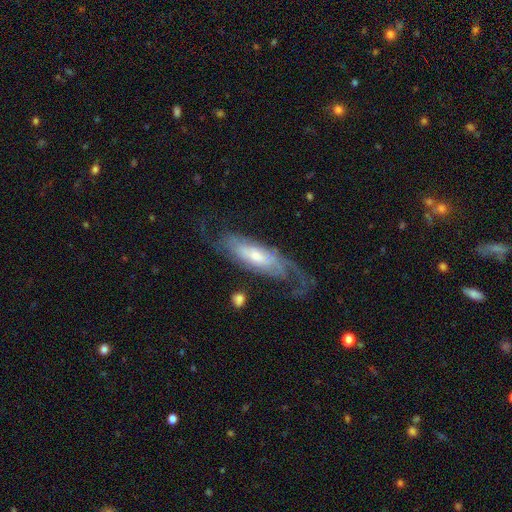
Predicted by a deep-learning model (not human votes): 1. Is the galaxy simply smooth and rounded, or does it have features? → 77% featured or disk, 17% smooth, 6% star or artifact.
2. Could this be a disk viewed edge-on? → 82% no, 18% yes.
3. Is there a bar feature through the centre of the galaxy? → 57% no, 32% weak, 11% strong.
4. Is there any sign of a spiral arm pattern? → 91% yes, 9% no.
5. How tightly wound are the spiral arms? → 40% medium, 34% tight, 26% loose.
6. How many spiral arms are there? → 42% 2, 32% can't tell, 11% 1, 8% 3, 4% 4, 3% more than 4.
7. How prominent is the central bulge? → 47% moderate, 41% small, 7% large, 3% none, 2% dominant.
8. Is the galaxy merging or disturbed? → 54% none, 24% major disturbance, 20% minor disturbance, 2% merger.